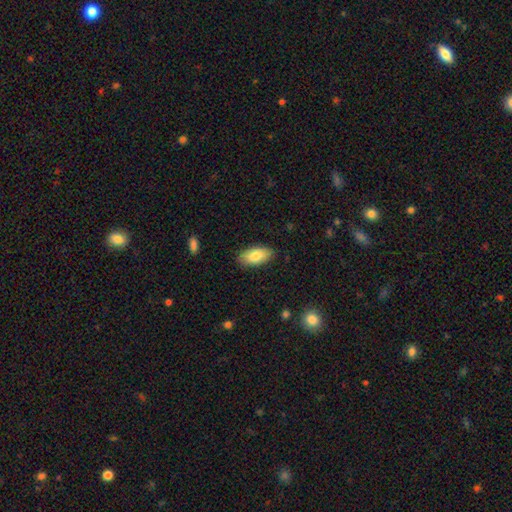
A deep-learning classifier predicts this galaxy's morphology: Smooth or featured?
  - smooth: 81% *
  - featured or disk: 13%
  - star or artifact: 6%
How rounded?
  - in between: 91% *
  - cigar-shaped: 6%
  - round: 3%
Merging?
  - none: 86% *
  - minor disturbance: 10%
  - major disturbance: 2%
  - merger: 1%